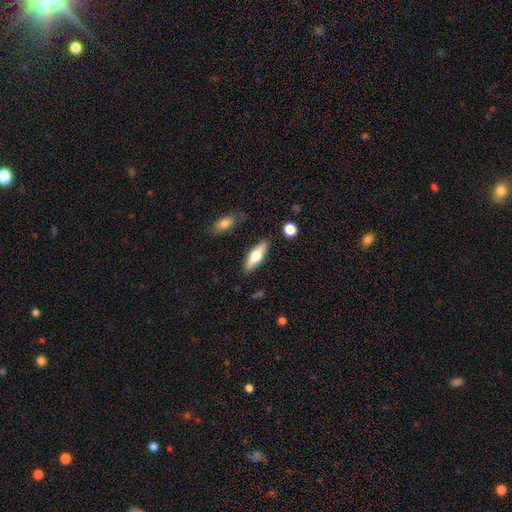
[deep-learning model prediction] Overall: smooth (56%; featured or disk 38%). How rounded: in between (51%; cigar-shaped 46%). Merging: none (86%).